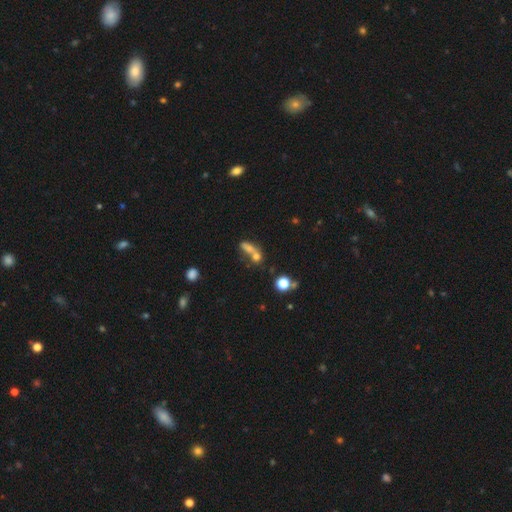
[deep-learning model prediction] A smooth galaxy with no disk features (66%) that is in between round and cigar-shaped (46%).

Vote fractions:
- Smooth or featured? smooth: 66% / featured or disk: 17% / star or artifact: 17%
- How rounded? in between: 46% / round: 35% / cigar-shaped: 19%
- Merging? merger: 51% / none: 31% / minor disturbance: 10% / major disturbance: 8%